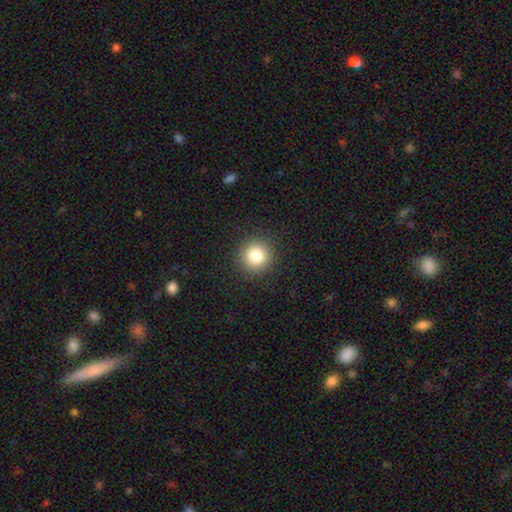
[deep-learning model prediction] This is clearly a smooth galaxy (82%). How rounded: clearly round (94%). Merging: clearly none (92%).